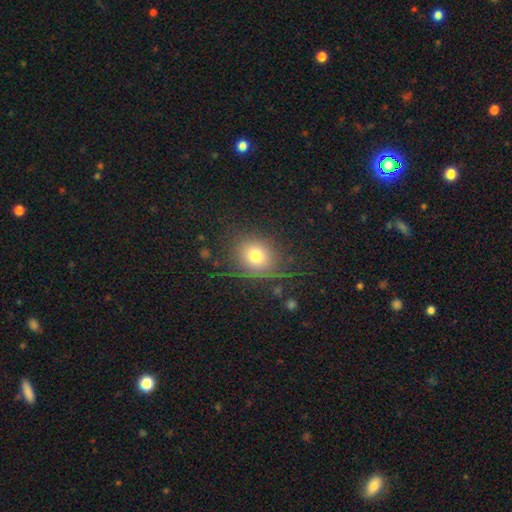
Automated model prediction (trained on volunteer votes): smooth 75%, star or artifact 13%, featured or disk 12%. Down the decision tree: how rounded — round (68%); merging — none (77%).